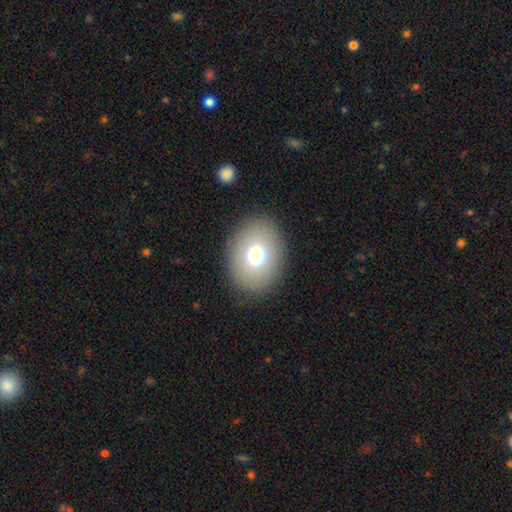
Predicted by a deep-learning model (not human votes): smooth_or_featured: smooth (p=0.72) [alt: featured or disk p=0.16]
how_rounded: in between (p=0.57) [alt: round p=0.43]
merging: none (p=0.89) [alt: minor disturbance p=0.07]